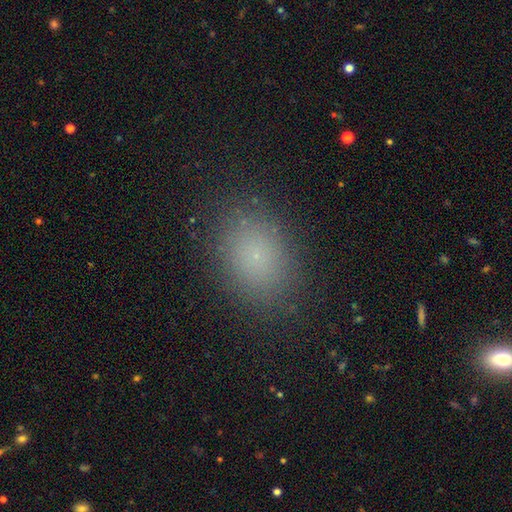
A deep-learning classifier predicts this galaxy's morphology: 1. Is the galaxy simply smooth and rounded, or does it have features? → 76% smooth, 16% star or artifact, 8% featured or disk.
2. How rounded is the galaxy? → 67% in between, 32% round, 1% cigar-shaped.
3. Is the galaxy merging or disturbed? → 86% none, 9% minor disturbance, 4% major disturbance, 1% merger.